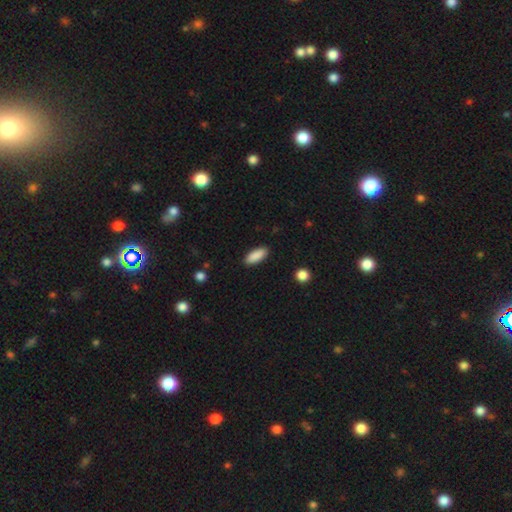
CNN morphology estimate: smooth-or-featured: smooth: 89% | star or artifact: 6% | featured or disk: 4%
  how-rounded: in between: 75% | cigar-shaped: 23% | round: 2%
  merging: none: 89% | minor disturbance: 8% | major disturbance: 2% | merger: 1%